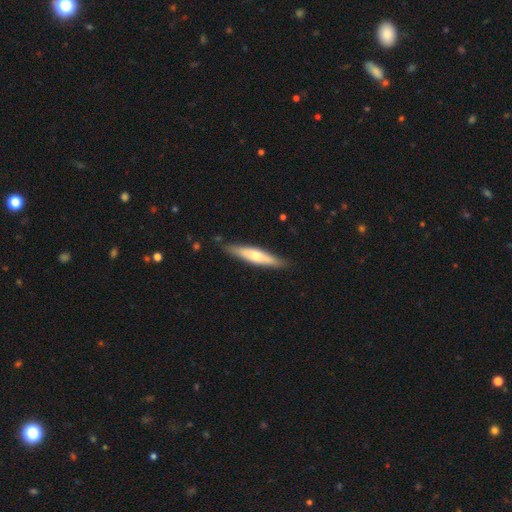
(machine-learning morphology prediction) smooth 49%, featured or disk 46%, star or artifact 5%. Down the decision tree: merging — none (86%).